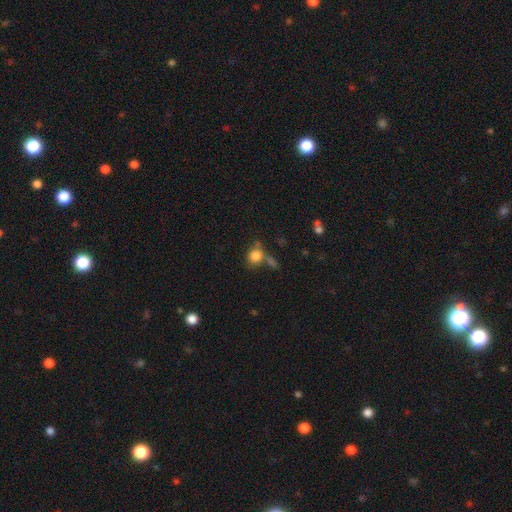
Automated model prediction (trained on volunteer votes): This is clearly a smooth galaxy (81%). How rounded: likely round (67%). Merging: possibly none (50%).